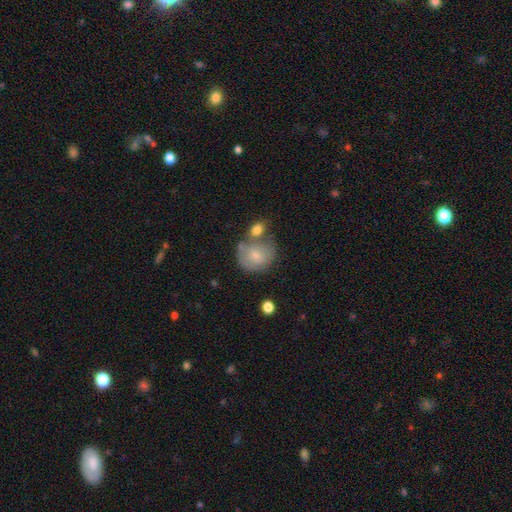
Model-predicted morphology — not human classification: Smooth or featured: smooth — 68% (featured or disk — 25%)
How rounded: round — 65% (in between — 34%)
Merging: none — 40% (merger — 31%)